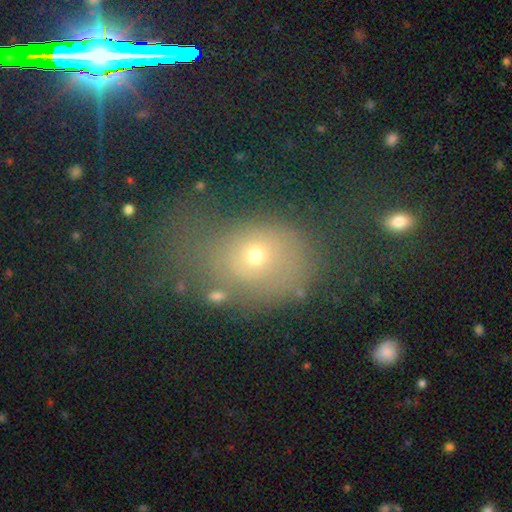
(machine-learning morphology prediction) A smooth galaxy with no disk features (57%) that is round (55%).

Vote fractions:
- Smooth or featured? smooth: 57% / star or artifact: 23% / featured or disk: 20%
- How rounded? round: 55% / in between: 43% / cigar-shaped: 1%
- Merging? none: 46% / major disturbance: 27% / minor disturbance: 22% / merger: 6%